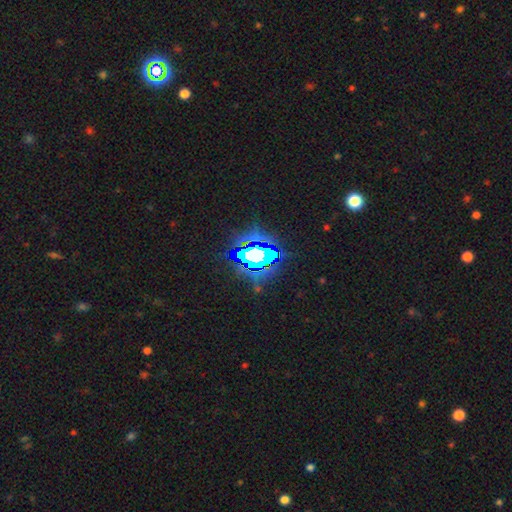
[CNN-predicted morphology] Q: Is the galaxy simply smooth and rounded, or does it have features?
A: star or artifact — 70%.